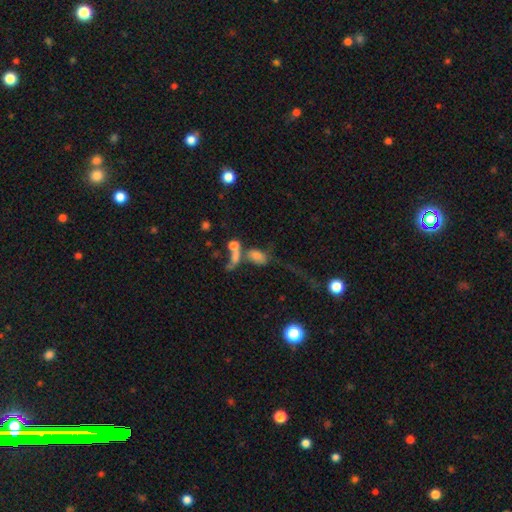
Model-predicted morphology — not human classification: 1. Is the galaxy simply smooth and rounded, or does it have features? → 46% smooth, 28% featured or disk, 27% star or artifact.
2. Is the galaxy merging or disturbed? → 43% merger, 25% none, 22% major disturbance, 11% minor disturbance.